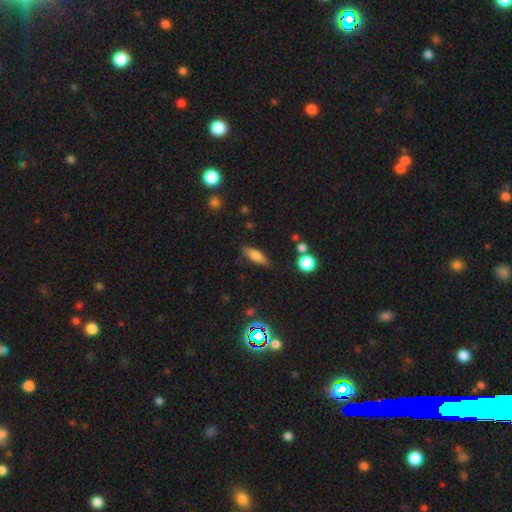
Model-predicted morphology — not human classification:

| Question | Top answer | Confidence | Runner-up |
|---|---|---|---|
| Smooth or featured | smooth | 69% | featured or disk (21%) |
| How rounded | cigar-shaped | 49% | in between (47%) |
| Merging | none | 83% | minor disturbance (12%) |